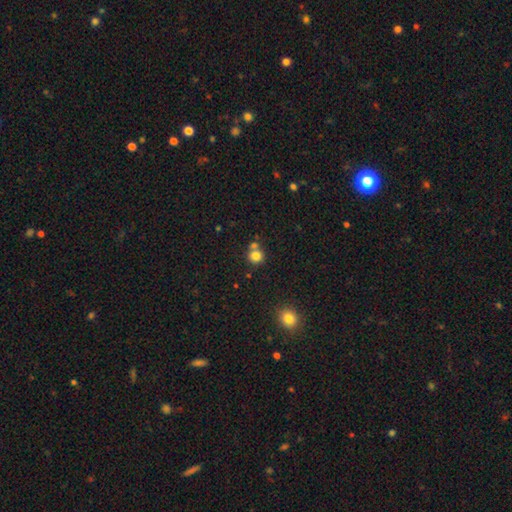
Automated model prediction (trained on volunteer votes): A smooth galaxy with no disk features (82%) that is round (89%). Merging: none (63%).